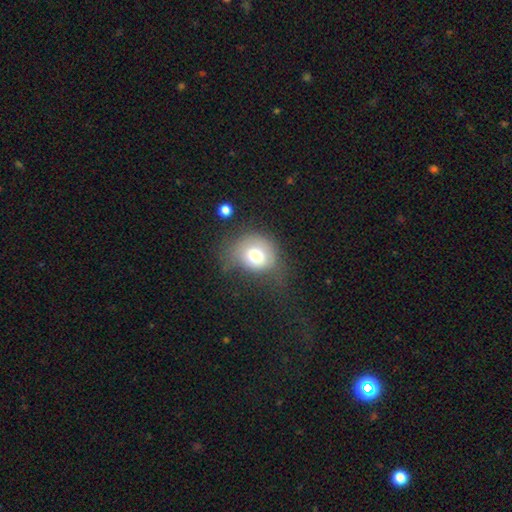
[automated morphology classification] Smooth or featured? smooth (72%)
How rounded? round (67%)
Merging? none (47%)